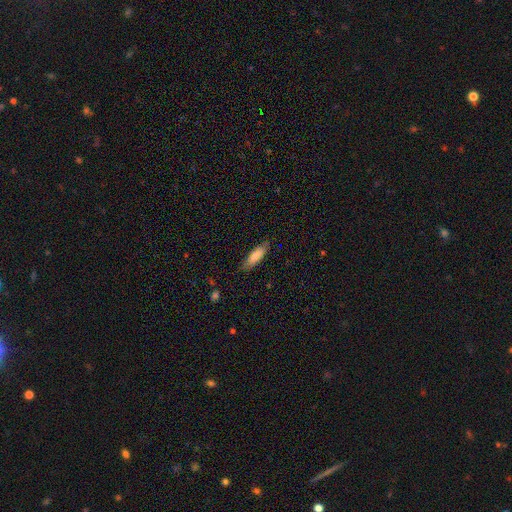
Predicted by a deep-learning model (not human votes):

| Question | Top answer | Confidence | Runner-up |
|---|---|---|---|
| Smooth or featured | smooth | 78% | featured or disk (16%) |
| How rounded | cigar-shaped | 53% | in between (45%) |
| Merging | none | 82% | minor disturbance (14%) |